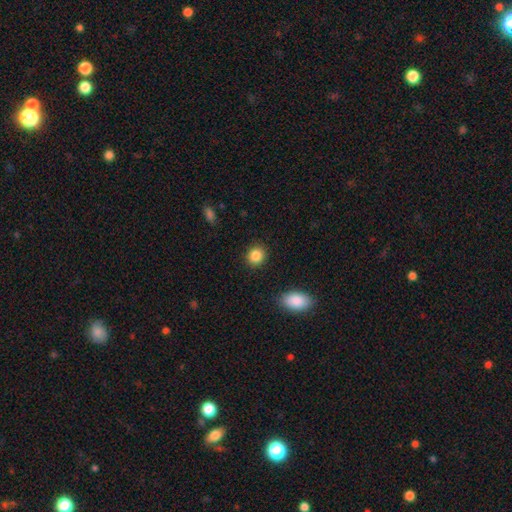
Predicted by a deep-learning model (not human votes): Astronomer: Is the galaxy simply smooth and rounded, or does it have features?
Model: smooth — 87%.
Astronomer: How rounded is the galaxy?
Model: round — 83%.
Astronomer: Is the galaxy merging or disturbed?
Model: none — 90%.